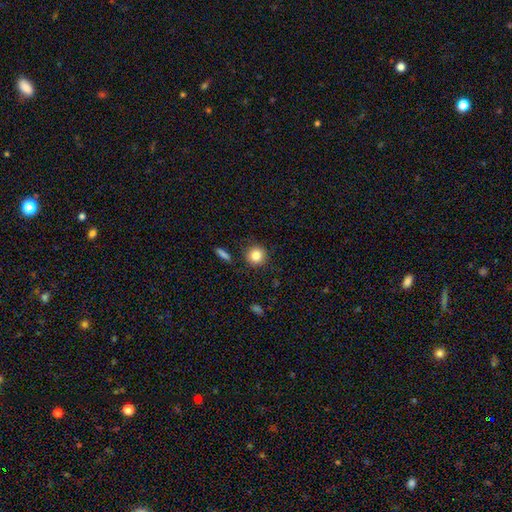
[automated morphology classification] This appears to be a smooth galaxy with no disk features (84%) that is round (92%). Merging: none (88%).